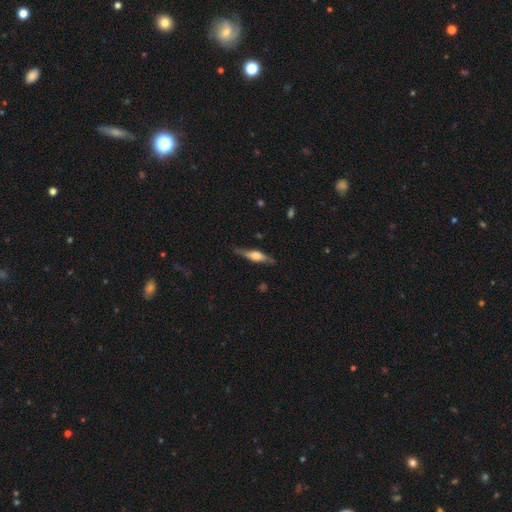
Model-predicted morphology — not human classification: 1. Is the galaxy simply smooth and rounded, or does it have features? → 67% featured or disk, 27% smooth, 6% star or artifact.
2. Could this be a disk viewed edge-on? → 96% yes, 4% no.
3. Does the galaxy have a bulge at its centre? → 86% rounded, 12% boxy, 3% none.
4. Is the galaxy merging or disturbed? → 84% none, 12% minor disturbance, 3% major disturbance, 1% merger.